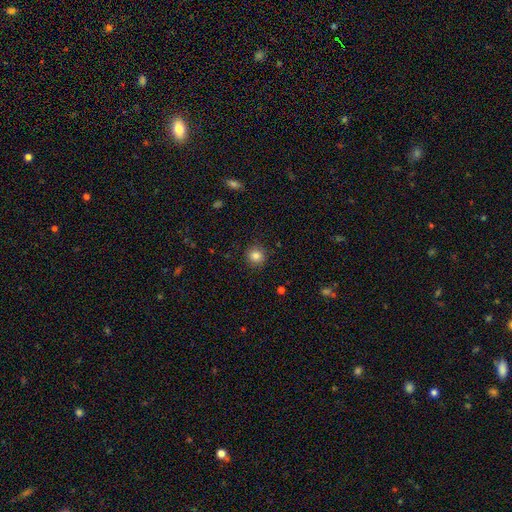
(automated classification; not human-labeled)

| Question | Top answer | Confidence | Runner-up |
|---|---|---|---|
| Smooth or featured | smooth | 84% | star or artifact (11%) |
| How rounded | round | 93% | in between (7%) |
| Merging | none | 90% | minor disturbance (7%) |